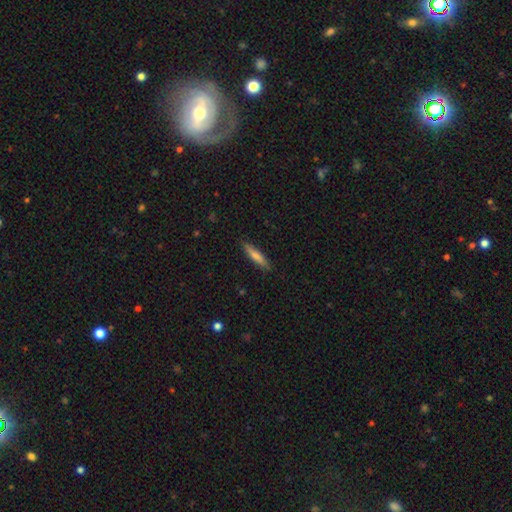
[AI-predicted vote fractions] This appears to be a smooth galaxy with no disk features (67%) that is cigar-shaped (88%). Merging: none (89%).